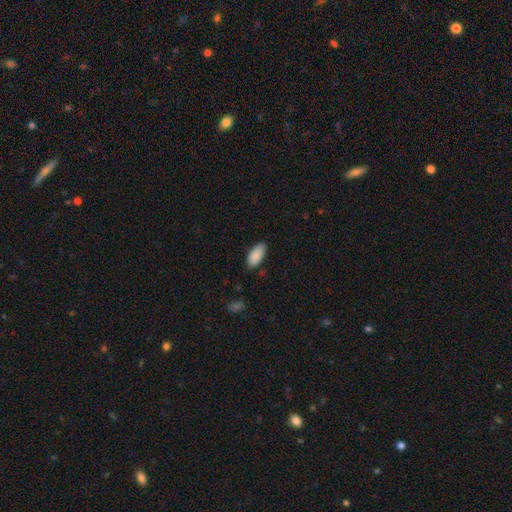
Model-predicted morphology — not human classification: This appears to be a smooth galaxy with no disk features (90%) that is in between round and cigar-shaped (91%). Merging: none (81%).